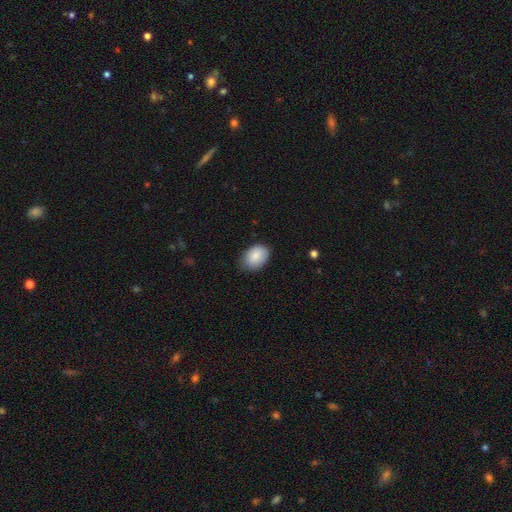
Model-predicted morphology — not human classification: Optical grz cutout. It shows a smooth galaxy with no disk features (85%) that is in between round and cigar-shaped (84%). Merging: none (75%).